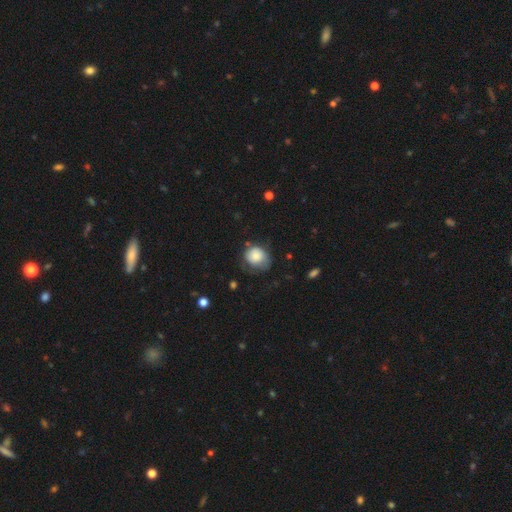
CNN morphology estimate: A smooth galaxy with no disk features (78%) that is round (71%).

Vote fractions:
- Smooth or featured? smooth: 78% / featured or disk: 15% / star or artifact: 8%
- How rounded? round: 71% / in between: 28% / cigar-shaped: 1%
- Merging? none: 45% / minor disturbance: 34% / major disturbance: 19% / merger: 2%